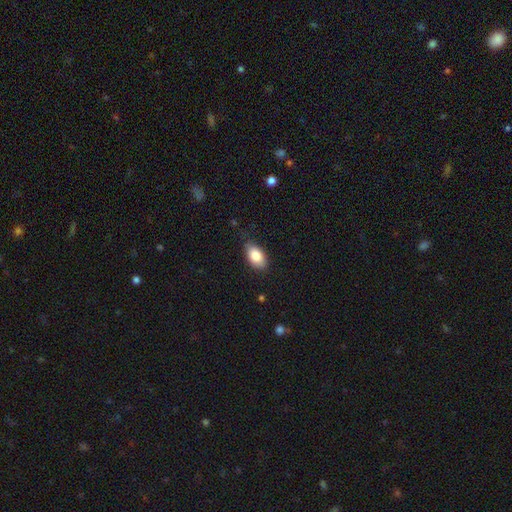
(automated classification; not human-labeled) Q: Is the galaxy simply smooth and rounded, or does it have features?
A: smooth — 85%.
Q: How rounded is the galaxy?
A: in between — 92%.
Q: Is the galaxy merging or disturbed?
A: none — 78%.